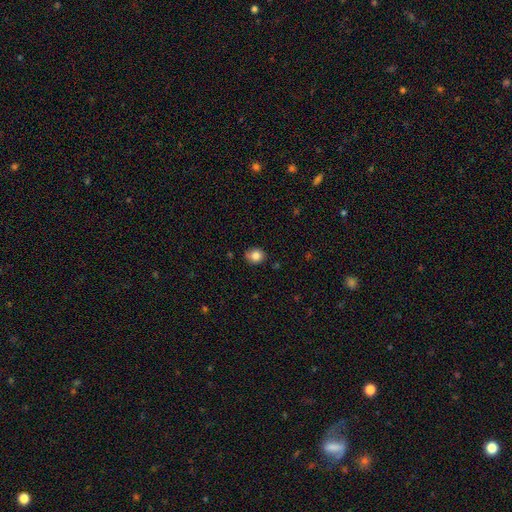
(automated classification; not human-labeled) A smooth galaxy with no disk features (83%) that is round (77%).

Vote fractions:
- Smooth or featured? smooth: 83% / star or artifact: 10% / featured or disk: 7%
- How rounded? round: 77% / in between: 22% / cigar-shaped: 1%
- Merging? none: 76% / minor disturbance: 19% / major disturbance: 3% / merger: 2%